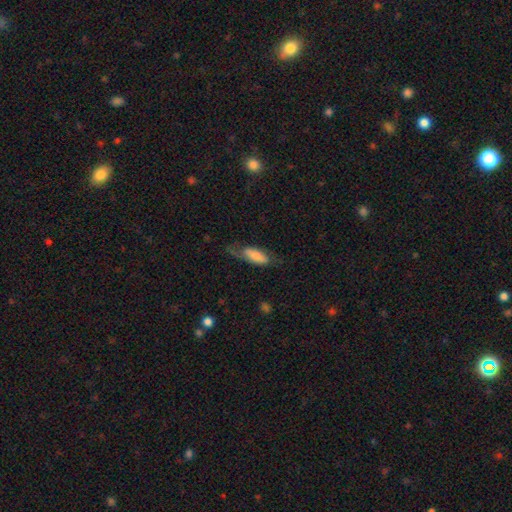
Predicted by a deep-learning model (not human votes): A smooth galaxy with no disk features (58%) that is in between round and cigar-shaped (74%).

Vote fractions:
- Smooth or featured? smooth: 58% / featured or disk: 35% / star or artifact: 7%
- How rounded? in between: 74% / cigar-shaped: 24% / round: 3%
- Merging? none: 48% / minor disturbance: 27% / major disturbance: 23% / merger: 2%